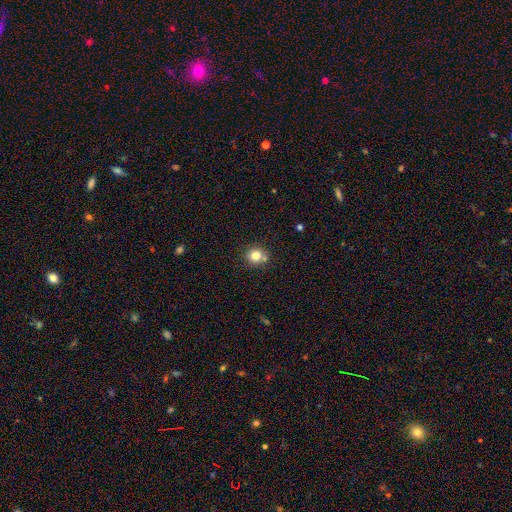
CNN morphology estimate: The model was most divided on "merging": none: 73%, merger: 13%, minor disturbance: 11%, major disturbance: 3%. More confident: how rounded — round (86%); smooth or featured — smooth (79%).